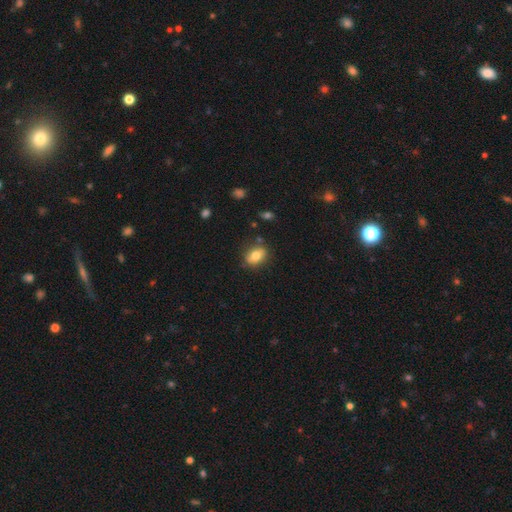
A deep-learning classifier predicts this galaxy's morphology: smooth_or_featured: smooth (p=0.75) [alt: featured or disk p=0.16]
how_rounded: in between (p=0.75) [alt: round p=0.23]
merging: none (p=0.79) [alt: minor disturbance p=0.14]